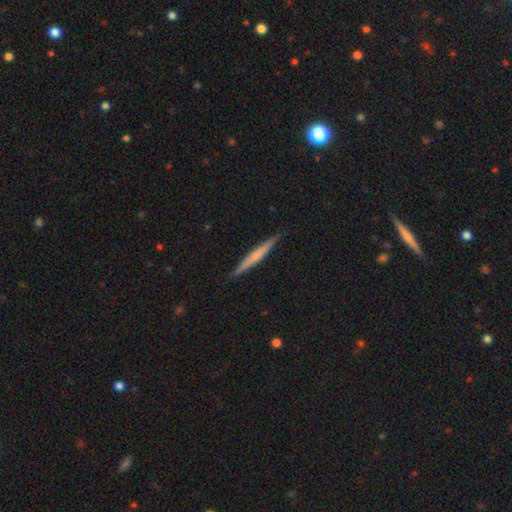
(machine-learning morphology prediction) Smooth or featured: smooth — 48% (featured or disk — 47%)
Merging: none — 90% (minor disturbance — 7%)